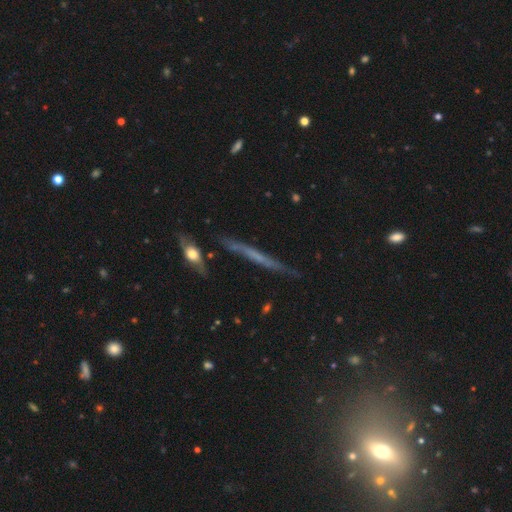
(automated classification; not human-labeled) A featured or disk galaxy (56%) viewed edge-on (92%) with no central bulge (78%). Merging: none (79%).